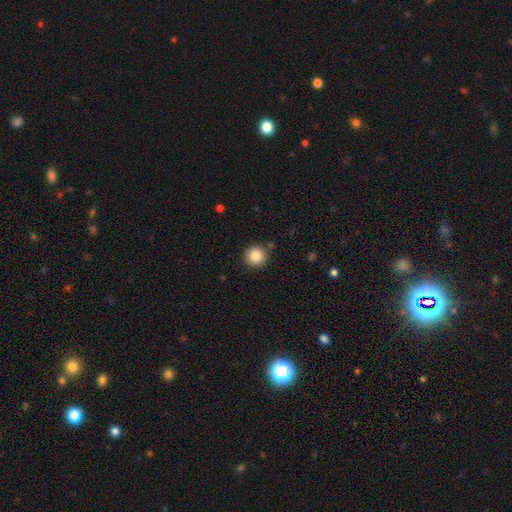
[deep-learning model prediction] Smooth or featured? Predicted: smooth (p=0.86). How rounded? Predicted: round (p=0.94). Merging? Predicted: none (p=0.87).